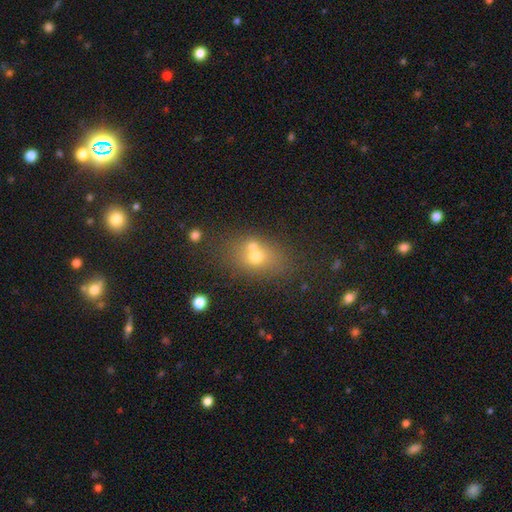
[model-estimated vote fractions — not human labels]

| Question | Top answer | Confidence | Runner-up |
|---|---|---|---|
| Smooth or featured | smooth | 61% | featured or disk (23%) |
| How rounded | in between | 63% | round (35%) |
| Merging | none | 45% | merger (40%) |